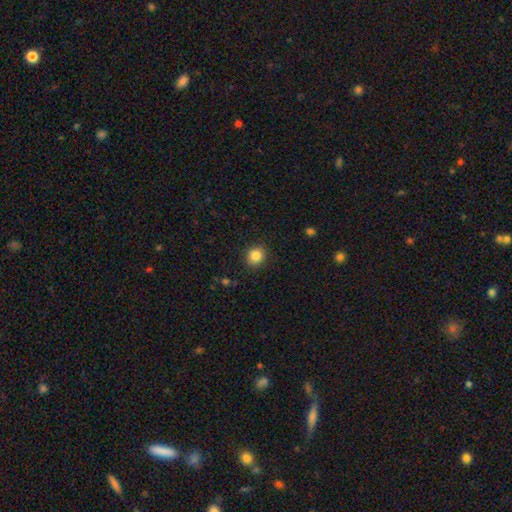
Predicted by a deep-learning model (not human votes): Overall: smooth (84%). How rounded: round (80%). Merging: none (90%).